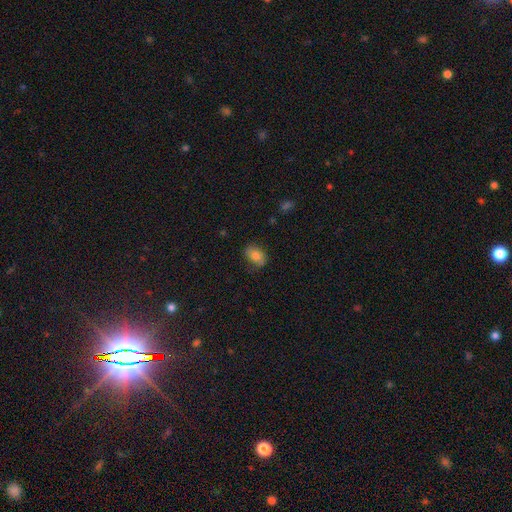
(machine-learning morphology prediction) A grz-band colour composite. It shows a smooth galaxy with no disk features (78%) that is in between round and cigar-shaped (83%). Merging: none (75%).